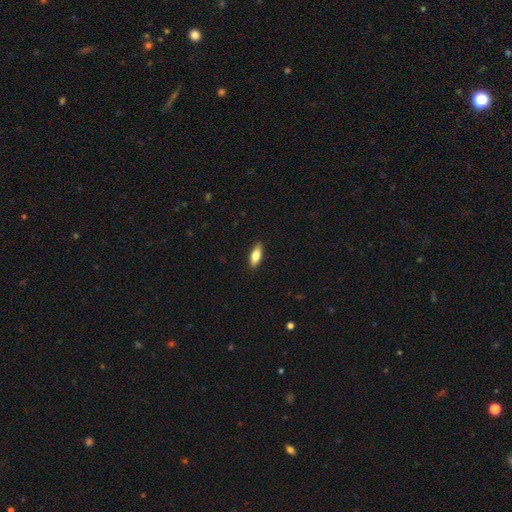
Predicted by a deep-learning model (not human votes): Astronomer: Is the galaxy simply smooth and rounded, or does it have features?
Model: smooth — 77%.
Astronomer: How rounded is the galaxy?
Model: in between — 76%.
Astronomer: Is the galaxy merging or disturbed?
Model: none — 89%.